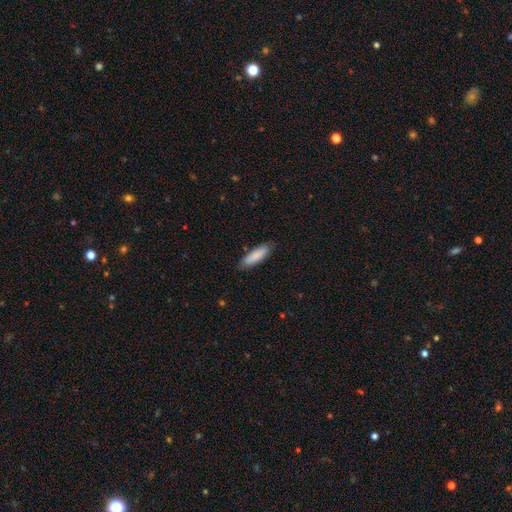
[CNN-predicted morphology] type=smooth (86%); roundness=cigar-shaped (55%); merging=none (83%).